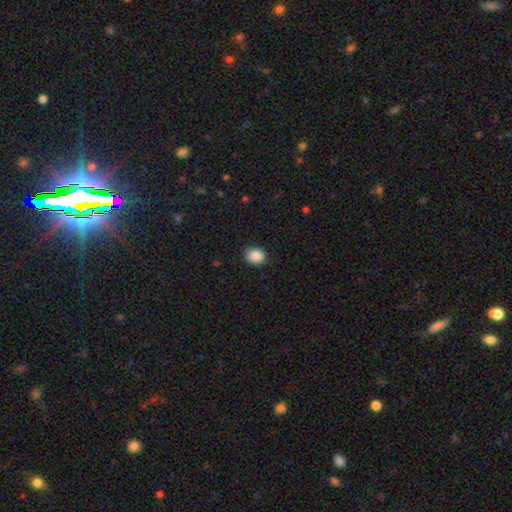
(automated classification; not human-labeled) A smooth galaxy with no disk features (89%) that is round (58%). Merging: none (88%).